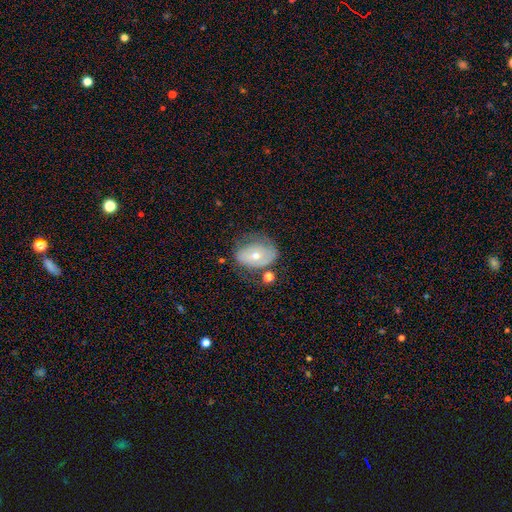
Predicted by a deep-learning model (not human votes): Smooth or featured?
  - featured or disk: 53% *
  - smooth: 39%
  - star or artifact: 8%
Edge-on disk?
  - no: 94% *
  - yes: 6%
Merging?
  - none: 50% *
  - minor disturbance: 27%
  - major disturbance: 16%
  - merger: 7%